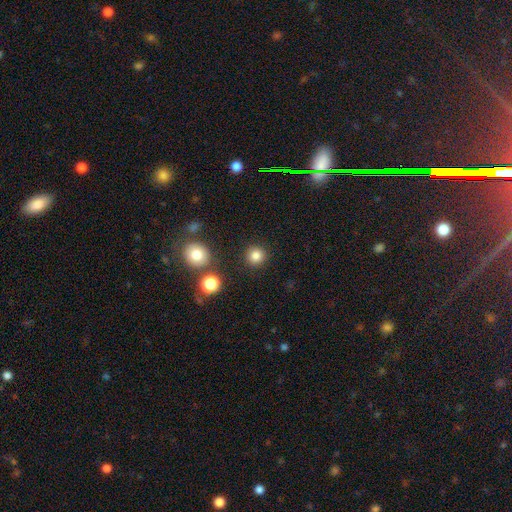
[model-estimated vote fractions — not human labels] Morphology: type=smooth (82%); roundness=round (94%); merging=none (90%).